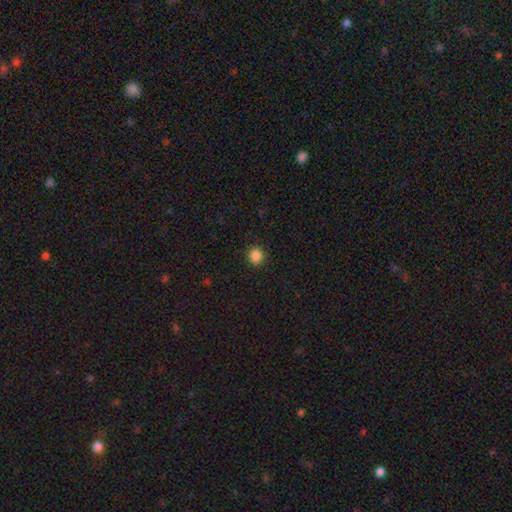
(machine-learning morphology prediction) A smooth galaxy with no disk features (86%) that is round (81%). Merging: none (91%).